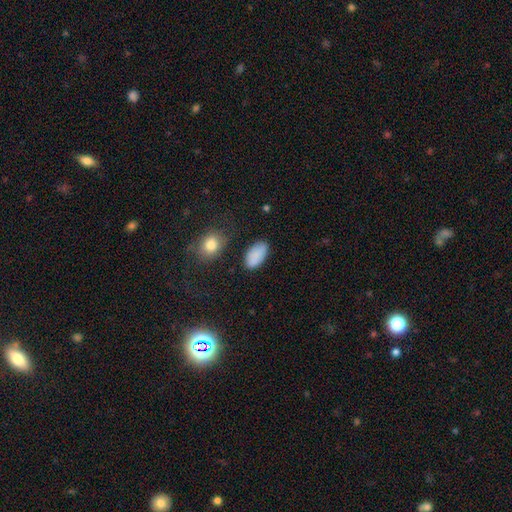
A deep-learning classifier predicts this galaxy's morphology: Smooth or featured?
  - smooth: 88% *
  - star or artifact: 7%
  - featured or disk: 5%
How rounded?
  - in between: 94% *
  - round: 3%
  - cigar-shaped: 2%
Merging?
  - none: 80% *
  - minor disturbance: 14%
  - major disturbance: 3%
  - merger: 3%